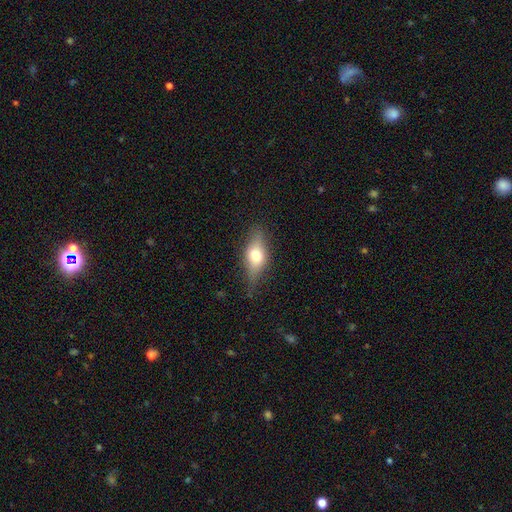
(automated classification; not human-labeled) smooth 63%, featured or disk 29%, star or artifact 8%. Down the decision tree: how rounded — in between (76%); merging — none (68%).